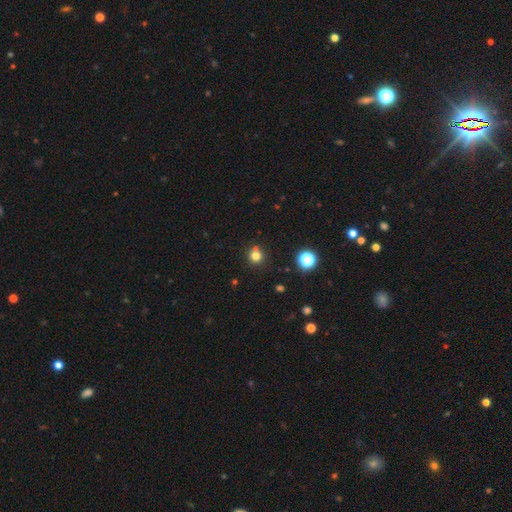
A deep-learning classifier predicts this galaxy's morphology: Overall: smooth (77%). How rounded: round (91%). Merging: none (72%).